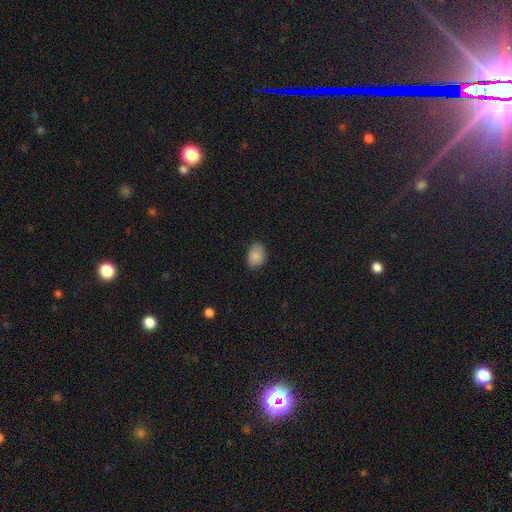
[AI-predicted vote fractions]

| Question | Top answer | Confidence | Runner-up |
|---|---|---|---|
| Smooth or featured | smooth | 87% | star or artifact (8%) |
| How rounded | in between | 76% | round (23%) |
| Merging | none | 80% | minor disturbance (16%) |